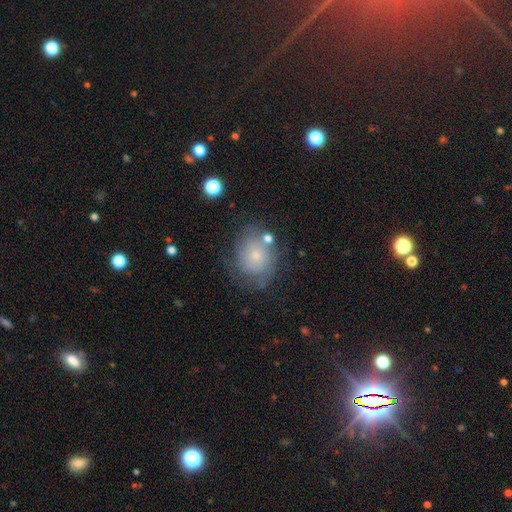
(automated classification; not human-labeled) This is possibly a smooth galaxy (51%). How rounded: possibly round (59%). Merging: possibly none (59%).